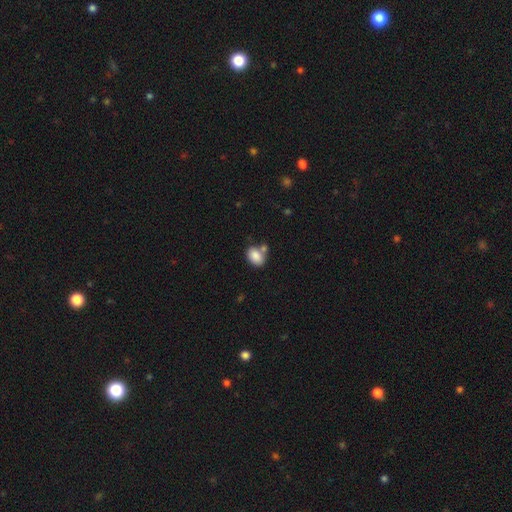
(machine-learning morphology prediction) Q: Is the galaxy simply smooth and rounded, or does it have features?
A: smooth — 86%.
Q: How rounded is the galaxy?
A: in between — 81%.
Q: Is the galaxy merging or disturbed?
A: none — 57%.